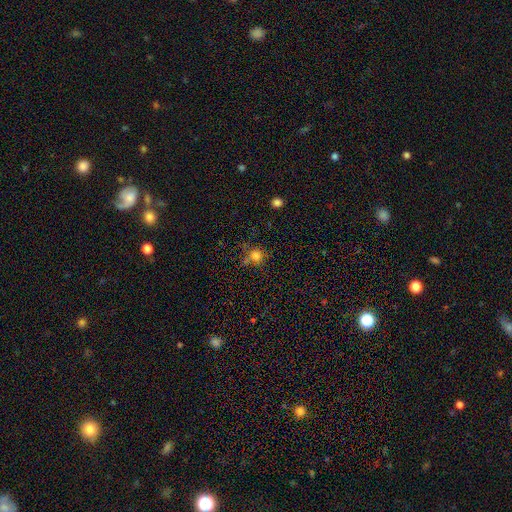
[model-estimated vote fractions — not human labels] smooth-or-featured: smooth: 77% | star or artifact: 16% | featured or disk: 7%
  how-rounded: round: 88% | in between: 11% | cigar-shaped: 1%
  merging: none: 68% | minor disturbance: 15% | merger: 12% | major disturbance: 5%